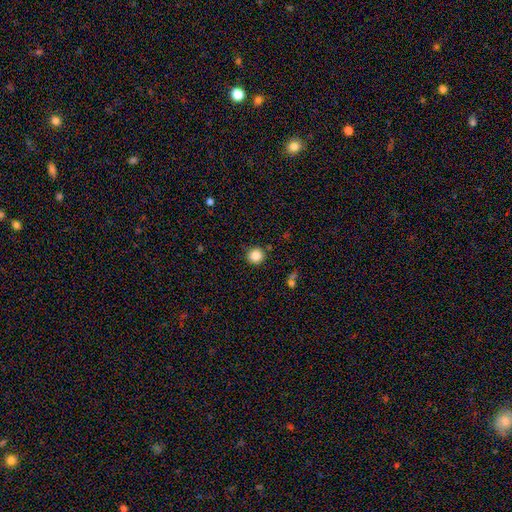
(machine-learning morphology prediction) smooth-or-featured: smooth: 85% | star or artifact: 11% | featured or disk: 4%
  how-rounded: round: 95% | in between: 4% | cigar-shaped: 1%
  merging: none: 89% | minor disturbance: 7% | major disturbance: 2% | merger: 2%